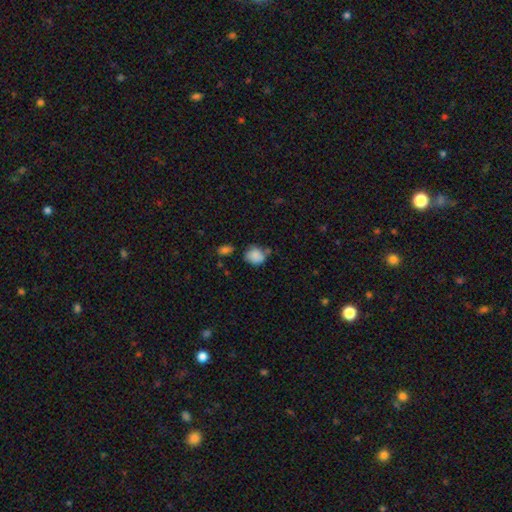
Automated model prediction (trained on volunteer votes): This appears to be a smooth galaxy with no disk features (83%) that is round (66%). Merging: none (56%).